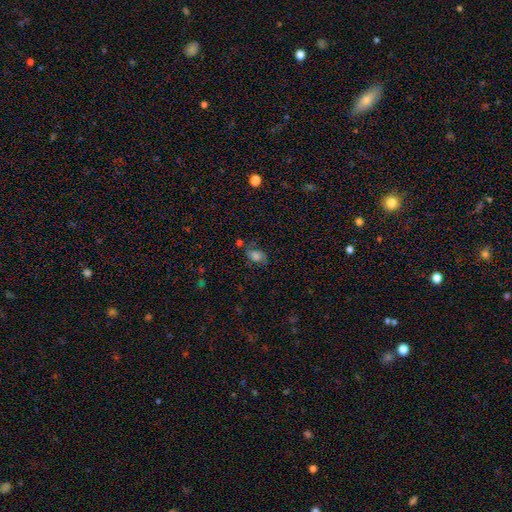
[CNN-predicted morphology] The model was most divided on "smooth or featured": smooth: 49%, featured or disk: 36%, star or artifact: 14%. More confident: merging — none (56%).